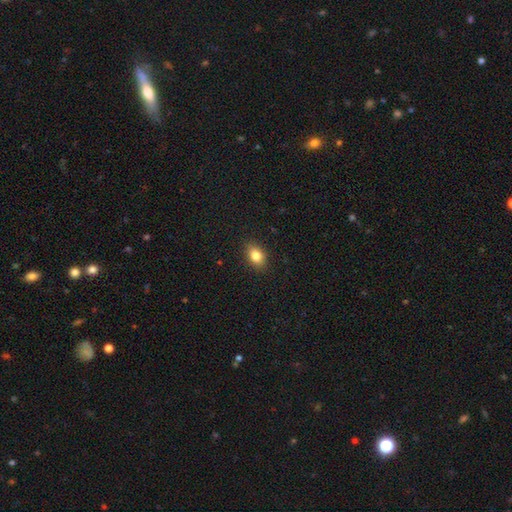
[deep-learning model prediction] smooth-or-featured: smooth: 83% | star or artifact: 9% | featured or disk: 8%
  how-rounded: in between: 78% | round: 20% | cigar-shaped: 2%
  merging: none: 88% | minor disturbance: 9% | major disturbance: 2% | merger: 1%